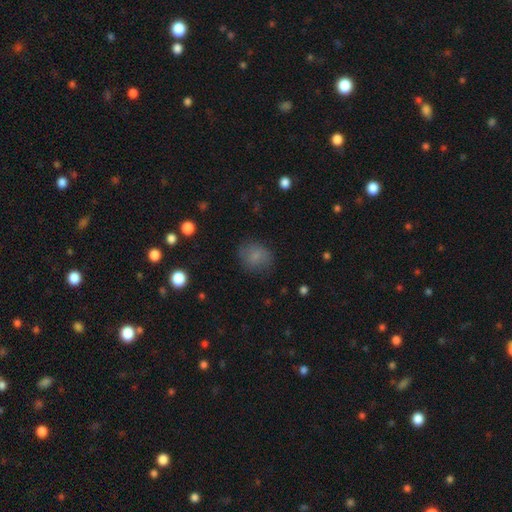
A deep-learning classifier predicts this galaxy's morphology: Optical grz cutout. It shows a smooth galaxy with no disk features (79%) that is round (69%). Merging: none (76%).